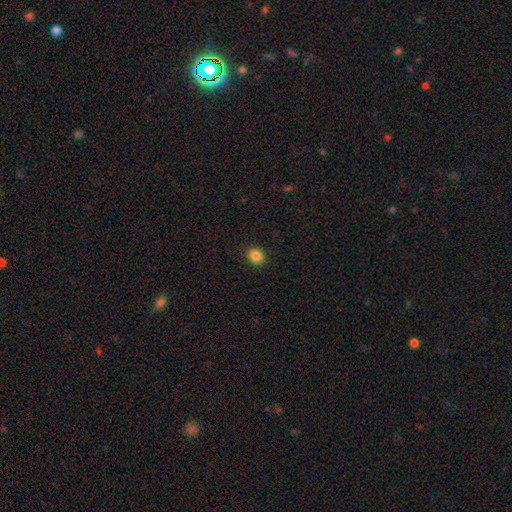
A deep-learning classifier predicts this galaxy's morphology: Overall: smooth (86%). How rounded: round (68%; in between 31%). Merging: none (91%).